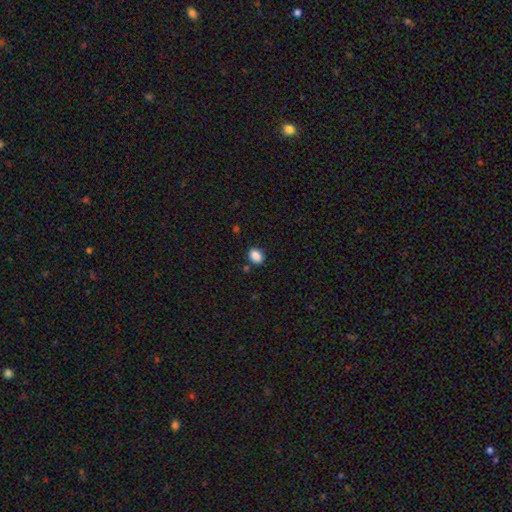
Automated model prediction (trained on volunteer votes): Morphology: type=smooth (88%); roundness=in between (65%); merging=none (84%).